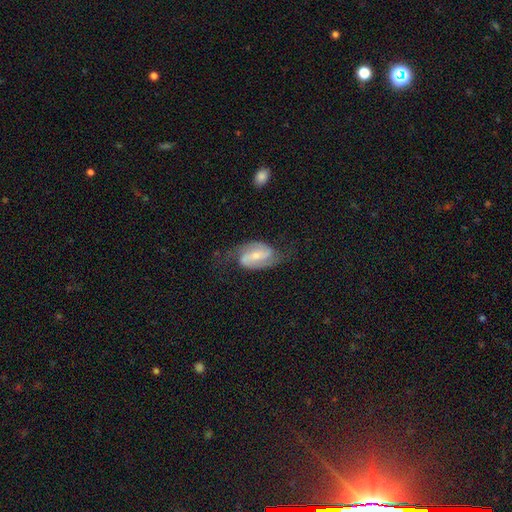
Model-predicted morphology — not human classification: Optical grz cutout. It shows a featured or disk galaxy (83%) with a weak bar (41%), 2 (92%) medium (48%) spiral arms (95%) and a small central bulge (49%). Merging: none (69%).